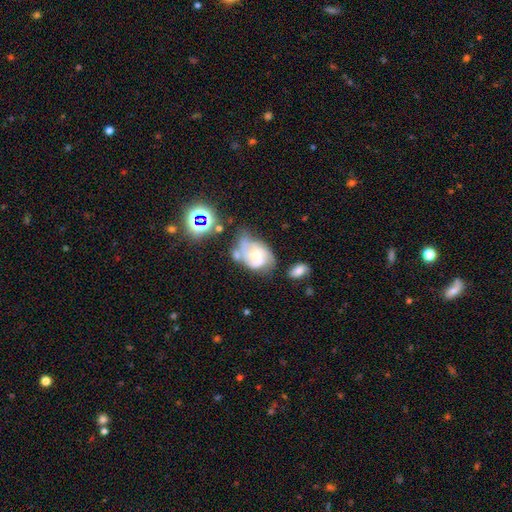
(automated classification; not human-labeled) Overall: featured or disk (66%). Edge-on disk: no (97%). Bar: no (73%). Spiral arms: yes (82%). Spiral arm count: 2 (43%; can't tell 30%). Spiral winding: tight (43%; medium 41%). Bulge size: moderate (46%; small 42%). Merging: none (30%; minor disturbance 29%).